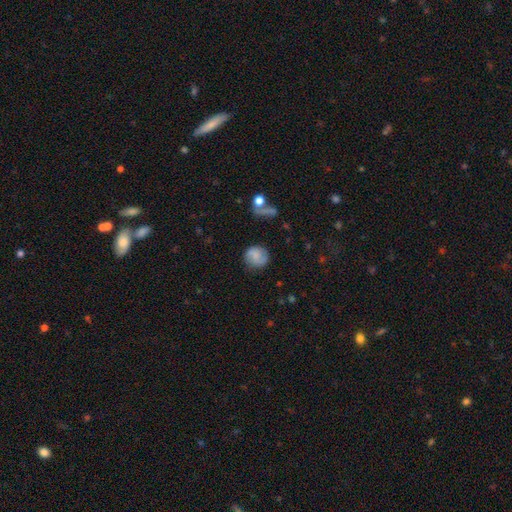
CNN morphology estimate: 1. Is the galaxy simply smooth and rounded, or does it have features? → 63% smooth, 28% featured or disk, 9% star or artifact.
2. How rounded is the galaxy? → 82% round, 17% in between, 1% cigar-shaped.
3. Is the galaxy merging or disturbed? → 73% none, 18% minor disturbance, 6% major disturbance, 3% merger.